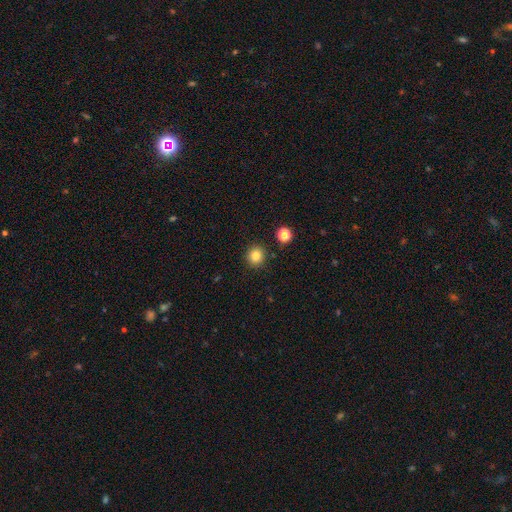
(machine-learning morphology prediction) Smooth or featured? smooth (83%)
How rounded? round (91%)
Merging? none (90%)